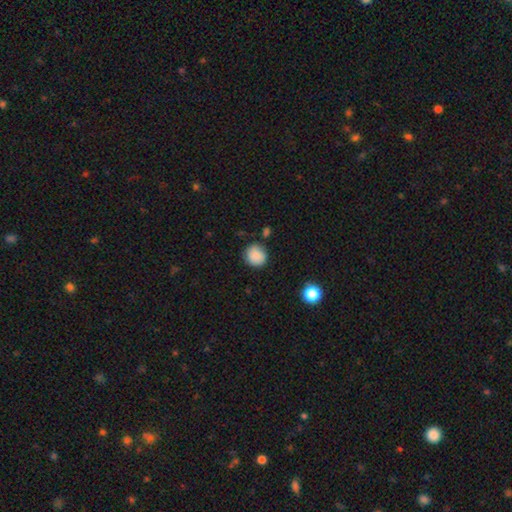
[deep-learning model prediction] Smooth or featured?
  - smooth: 86% *
  - star or artifact: 9%
  - featured or disk: 5%
How rounded?
  - round: 86% *
  - in between: 13%
  - cigar-shaped: 1%
Merging?
  - none: 77% *
  - minor disturbance: 15%
  - merger: 4%
  - major disturbance: 4%